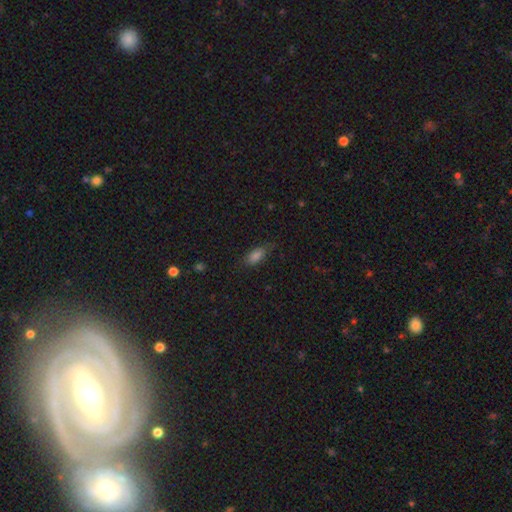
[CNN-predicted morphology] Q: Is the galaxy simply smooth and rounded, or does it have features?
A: smooth — 75%.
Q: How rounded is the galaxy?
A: in between — 80%.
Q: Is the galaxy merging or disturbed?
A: none — 73%.